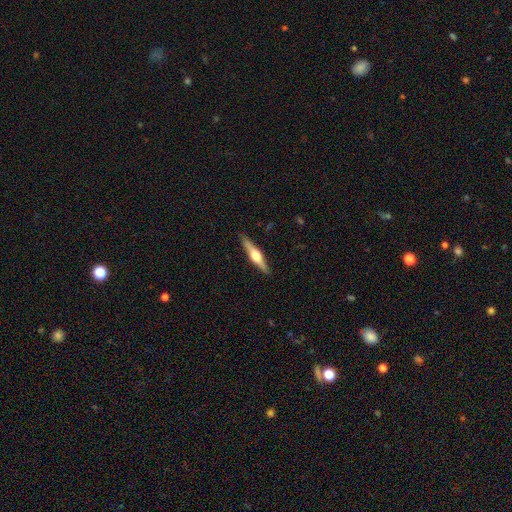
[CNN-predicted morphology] The model was most divided on "smooth or featured": featured or disk: 70%, smooth: 25%, star or artifact: 5%. More confident: edge-on disk — yes (97%); edge-on bulge — rounded (93%); merging — none (90%).